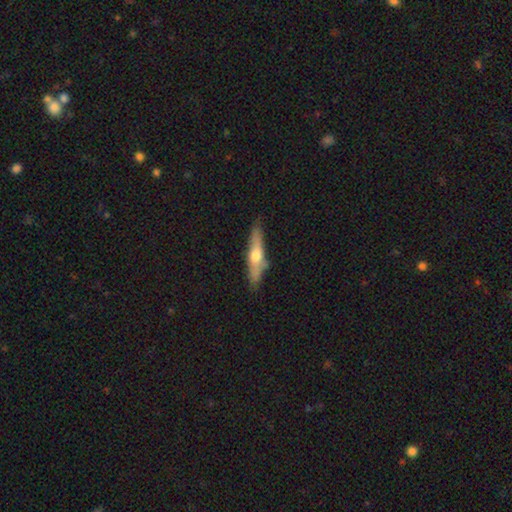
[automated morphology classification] A featured or disk galaxy (55%) viewed edge-on (89%). Merging: none (81%).